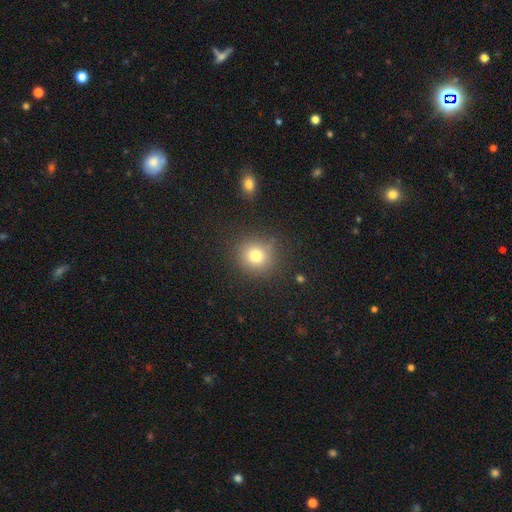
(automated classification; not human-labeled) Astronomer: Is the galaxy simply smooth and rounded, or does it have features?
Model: smooth — 76%.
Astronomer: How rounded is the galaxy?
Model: round — 90%.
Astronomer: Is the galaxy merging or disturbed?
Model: none — 86%.